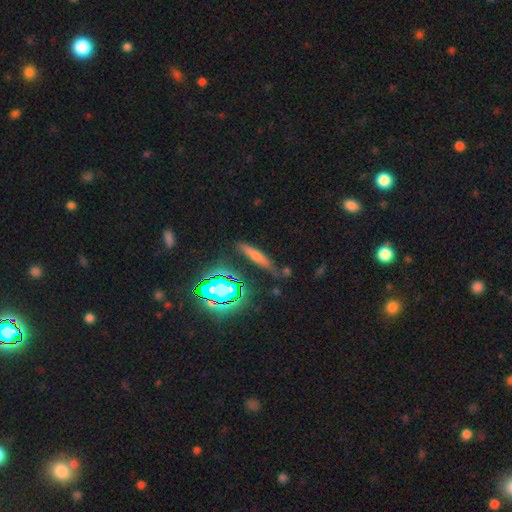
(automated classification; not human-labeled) This appears to be a smooth galaxy with no disk features (59%) that is cigar-shaped (80%). Merging: none (72%).